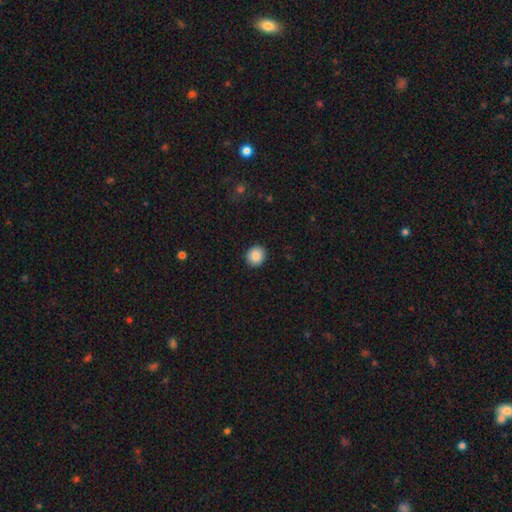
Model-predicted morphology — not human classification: smooth_or_featured: smooth (p=0.87) [alt: star or artifact p=0.08]
how_rounded: round (p=0.82) [alt: in between p=0.17]
merging: none (p=0.91) [alt: minor disturbance p=0.06]